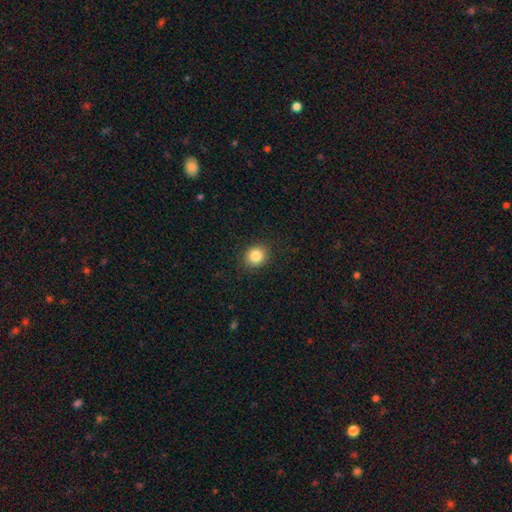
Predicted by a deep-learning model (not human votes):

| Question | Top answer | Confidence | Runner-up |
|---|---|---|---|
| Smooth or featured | smooth | 85% | star or artifact (10%) |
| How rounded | round | 77% | in between (22%) |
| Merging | none | 89% | minor disturbance (8%) |